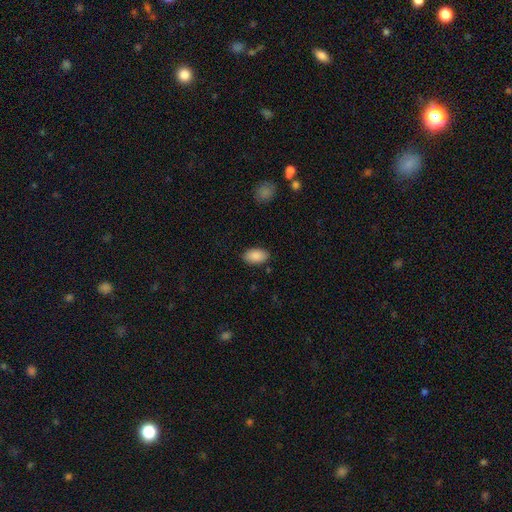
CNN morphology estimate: This appears to be a smooth galaxy with no disk features (89%) that is in between round and cigar-shaped (94%). Merging: none (86%).